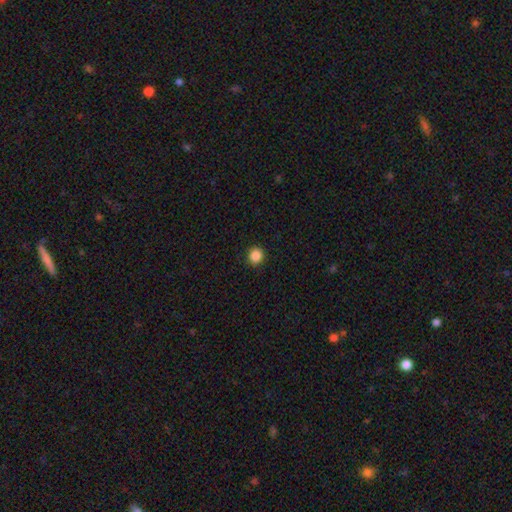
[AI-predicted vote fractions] Overall: smooth (87%). How rounded: round (90%). Merging: none (91%).